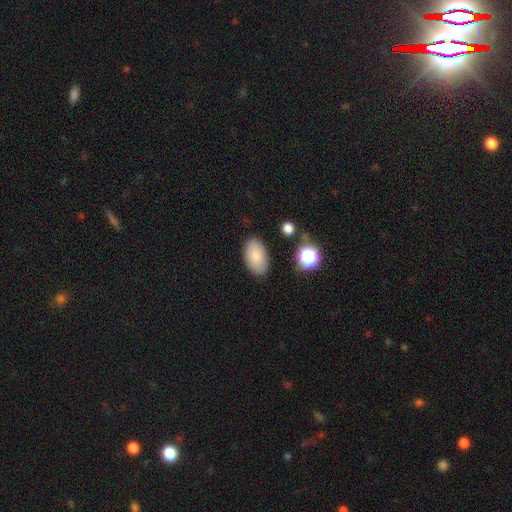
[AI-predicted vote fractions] smooth 85%, star or artifact 8%, featured or disk 7%. Down the decision tree: how rounded — in between (94%); merging — none (85%).